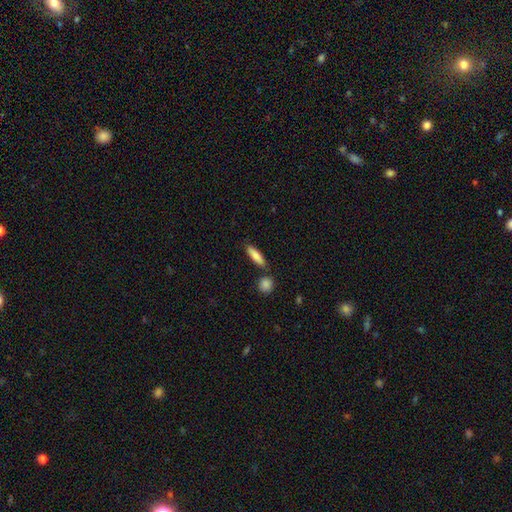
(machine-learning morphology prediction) A smooth galaxy with no disk features (81%) that is cigar-shaped (64%).

Vote fractions:
- Smooth or featured? smooth: 81% / featured or disk: 13% / star or artifact: 6%
- How rounded? cigar-shaped: 64% / in between: 33% / round: 3%
- Merging? none: 79% / minor disturbance: 10% / merger: 9% / major disturbance: 3%